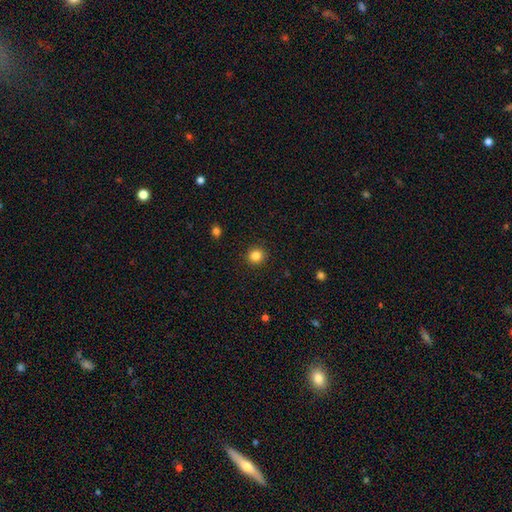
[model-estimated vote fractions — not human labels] A smooth galaxy with no disk features (84%) that is round (93%). Merging: none (93%).